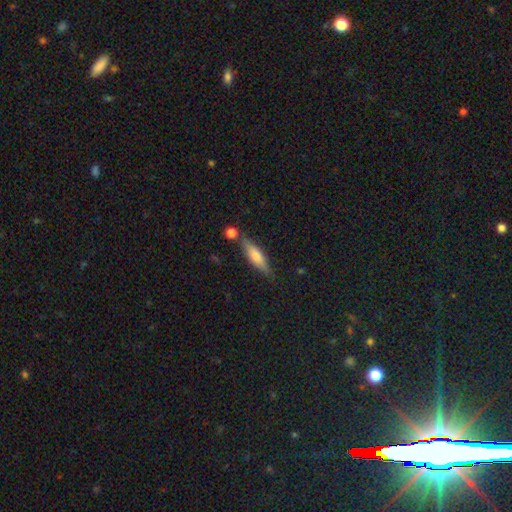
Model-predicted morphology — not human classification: Q: Smooth or featured?
A: smooth (58%); runner-up: featured or disk (35%)
Q: How rounded?
A: cigar-shaped (64%); runner-up: in between (33%)
Q: Merging?
A: none (74%); runner-up: minor disturbance (14%)